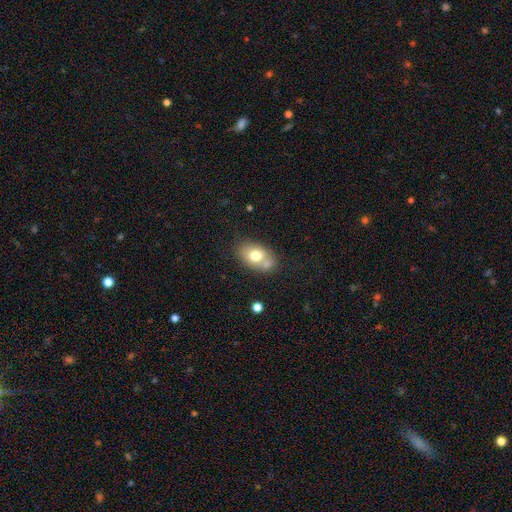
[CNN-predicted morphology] Q: Smooth or featured?
A: smooth (72%); runner-up: featured or disk (19%)
Q: How rounded?
A: in between (79%); runner-up: round (20%)
Q: Merging?
A: none (54%); runner-up: merger (24%)